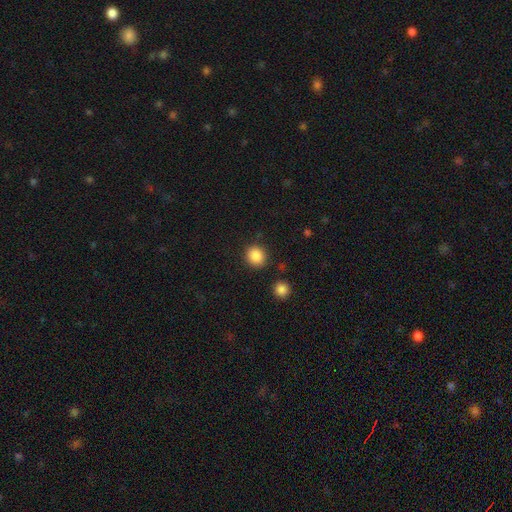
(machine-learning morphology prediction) smooth-or-featured: smooth: 87% | star or artifact: 9% | featured or disk: 4%
  how-rounded: round: 82% | in between: 17% | cigar-shaped: 1%
  merging: none: 88% | minor disturbance: 7% | major disturbance: 3% | merger: 3%